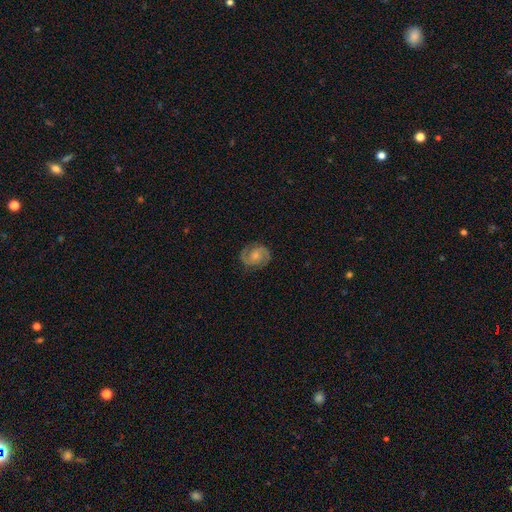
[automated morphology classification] Smooth or featured? Predicted: featured or disk (p=0.84). Edge-on disk? Predicted: no (p=0.98). Bar? Predicted: no (p=0.60). Spiral arms? Predicted: yes (p=0.97). Spiral winding? Predicted: medium (p=0.54). Spiral arm count? Predicted: 2 (p=0.92). Bulge size? Predicted: small (p=0.55). Merging? Predicted: none (p=0.83).